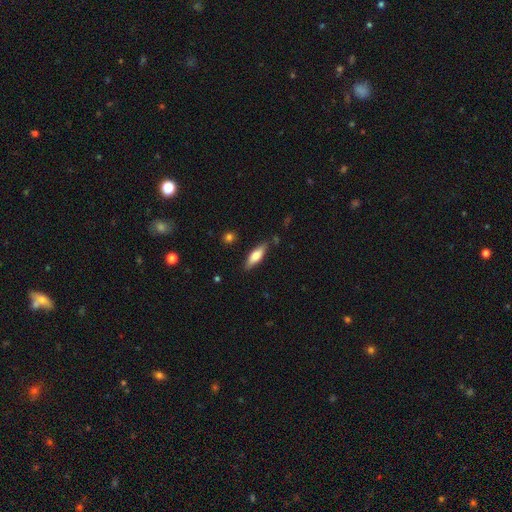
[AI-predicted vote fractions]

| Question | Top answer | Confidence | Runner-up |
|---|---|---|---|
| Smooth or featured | smooth | 69% | featured or disk (25%) |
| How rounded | in between | 52% | cigar-shaped (46%) |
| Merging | none | 81% | minor disturbance (14%) |